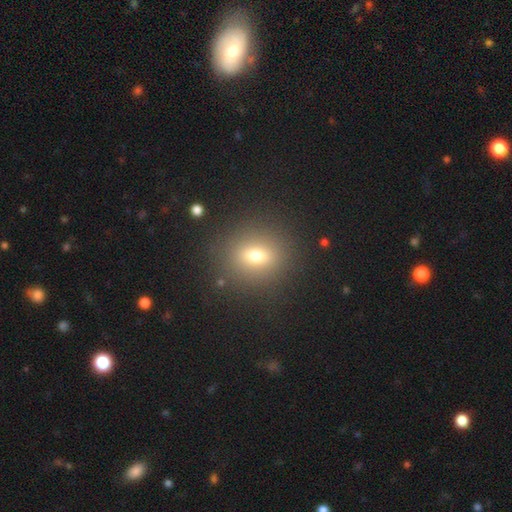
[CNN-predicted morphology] smooth_or_featured: smooth (p=0.68) [alt: star or artifact p=0.16]
how_rounded: round (p=0.58) [alt: in between p=0.39]
merging: none (p=0.87) [alt: minor disturbance p=0.07]